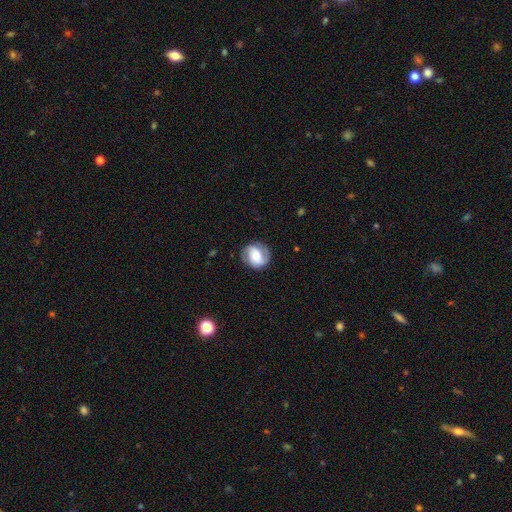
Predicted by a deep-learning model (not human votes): This appears to be a featured or disk galaxy (61%) with no bar (41%), 2 (81%) medium (41%) spiral arms (88%) and a moderate central bulge (52%). Merging: none (80%).